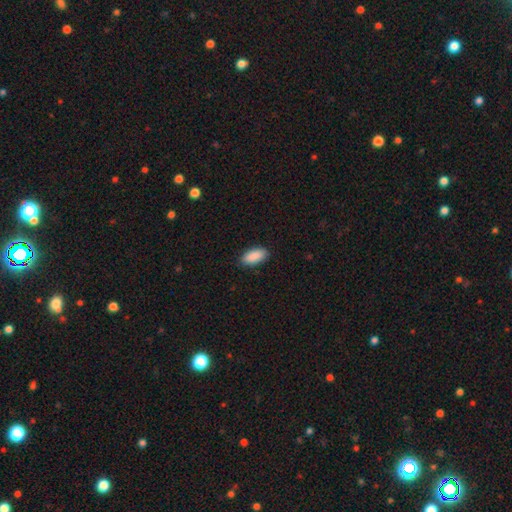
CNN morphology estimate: A smooth galaxy with no disk features (91%) that is in between round and cigar-shaped (92%). Merging: none (89%).